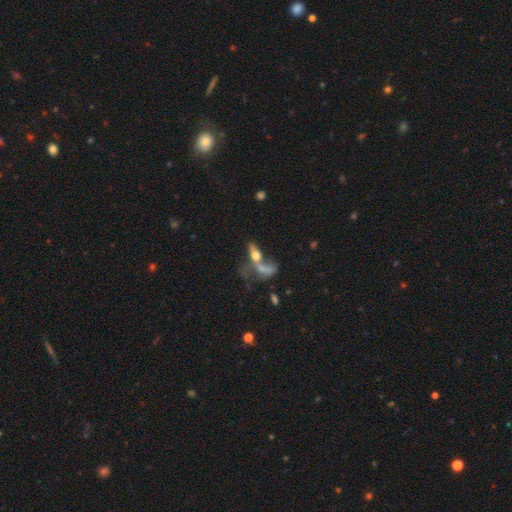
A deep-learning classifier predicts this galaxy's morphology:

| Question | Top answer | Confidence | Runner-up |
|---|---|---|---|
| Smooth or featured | smooth | 50% | featured or disk (38%) |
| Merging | merger | 54% | none (23%) |